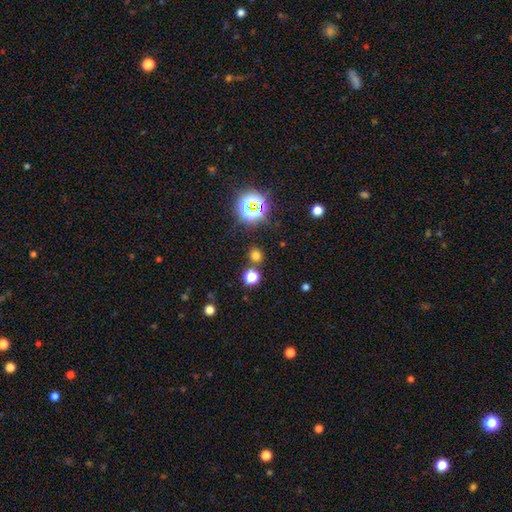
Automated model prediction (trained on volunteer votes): smooth_or_featured: smooth (p=0.65) [alt: star or artifact p=0.29]
how_rounded: round (p=0.85) [alt: in between p=0.14]
merging: none (p=0.81) [alt: merger p=0.09]